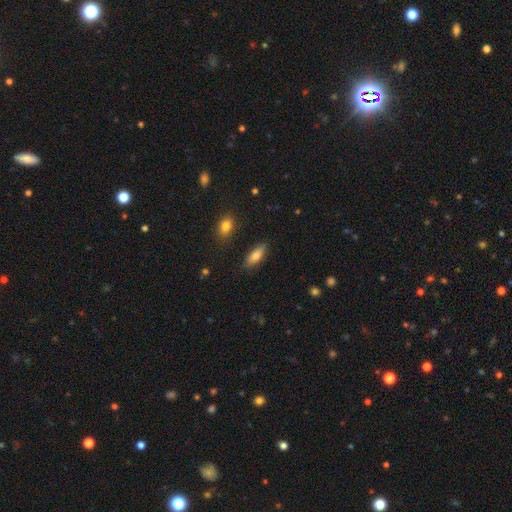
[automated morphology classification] A smooth galaxy with no disk features (79%) that is in between round and cigar-shaped (70%). Merging: none (82%).